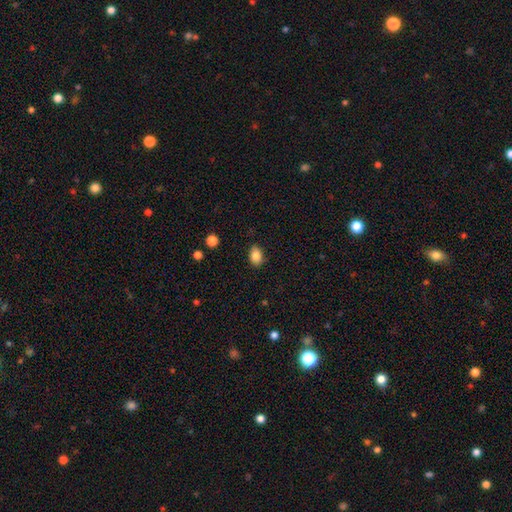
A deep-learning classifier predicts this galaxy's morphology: Smooth or featured: smooth — 85% (star or artifact — 9%)
How rounded: in between — 83% (round — 15%)
Merging: none — 82% (minor disturbance — 14%)